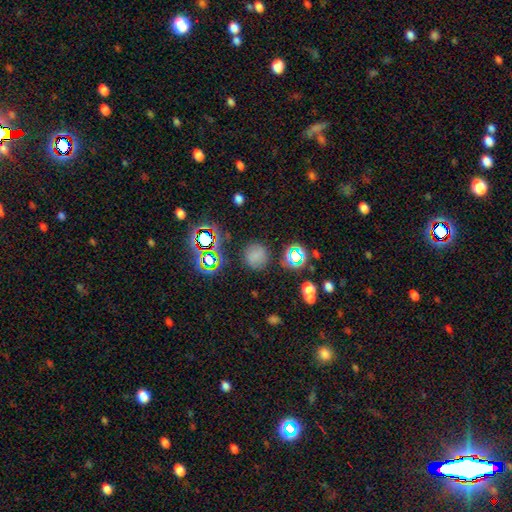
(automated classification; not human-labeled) Smooth or featured: smooth — 67% (star or artifact — 22%)
How rounded: round — 90% (in between — 9%)
Merging: none — 80% (minor disturbance — 12%)